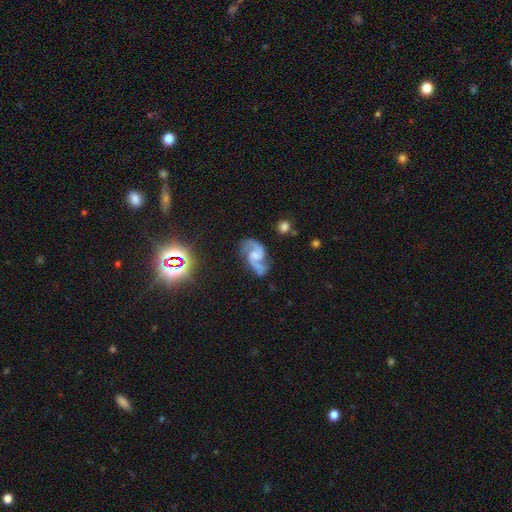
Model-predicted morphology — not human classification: Smooth or featured? Predicted: featured or disk (p=0.88). Edge-on disk? Predicted: no (p=0.98). Bar? Predicted: no (p=0.47). Spiral arms? Predicted: yes (p=0.97). Spiral winding? Predicted: medium (p=0.51). Spiral arm count? Predicted: 2 (p=0.93). Bulge size? Predicted: none (p=0.34). Merging? Predicted: none (p=0.67).